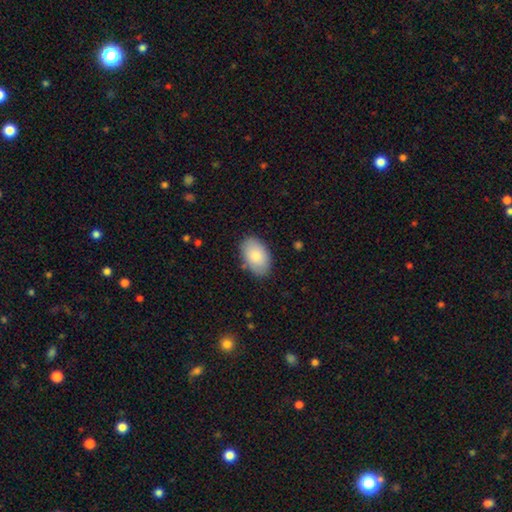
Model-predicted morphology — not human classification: The model was most divided on "merging": none: 84%, minor disturbance: 12%, major disturbance: 2%, merger: 1%. More confident: how rounded — in between (93%); smooth or featured — smooth (84%).